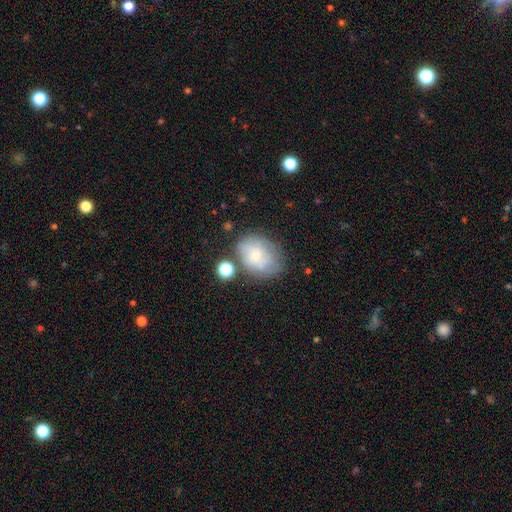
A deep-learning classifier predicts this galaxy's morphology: The model was most divided on "how rounded": in between: 60%, round: 39%, cigar-shaped: 1%. More confident: smooth or featured — smooth (60%); merging — none (54%).